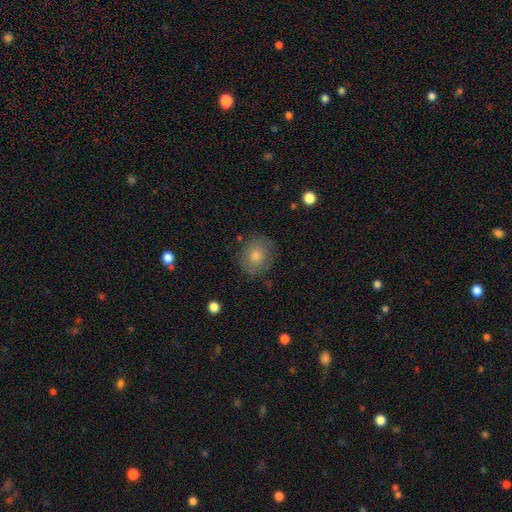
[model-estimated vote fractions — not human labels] smooth-or-featured: smooth: 63% | featured or disk: 24% | star or artifact: 13%
  how-rounded: round: 73% | in between: 26% | cigar-shaped: 1%
  merging: none: 81% | minor disturbance: 13% | major disturbance: 4% | merger: 1%